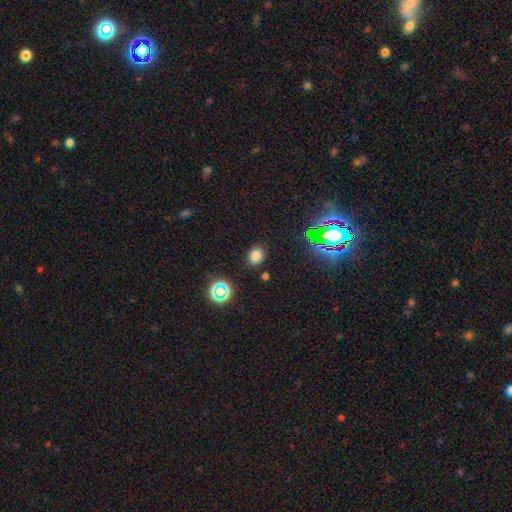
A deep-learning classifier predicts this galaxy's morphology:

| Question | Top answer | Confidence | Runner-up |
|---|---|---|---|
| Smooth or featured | smooth | 75% | star or artifact (19%) |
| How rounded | round | 52% | in between (47%) |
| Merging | none | 86% | minor disturbance (9%) |